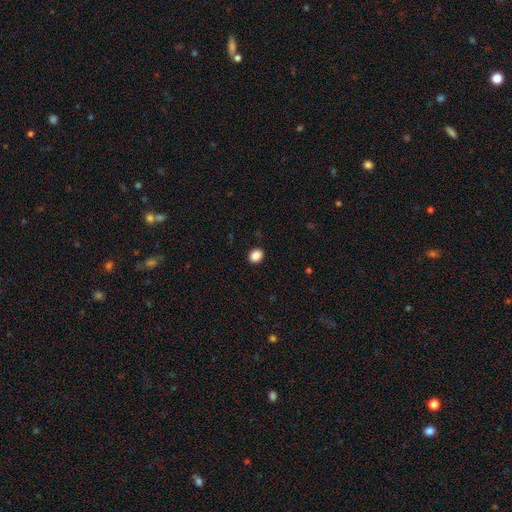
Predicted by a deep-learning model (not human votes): Smooth or featured? Predicted: smooth (p=0.88). How rounded? Predicted: in between (p=0.50). Merging? Predicted: none (p=0.91).